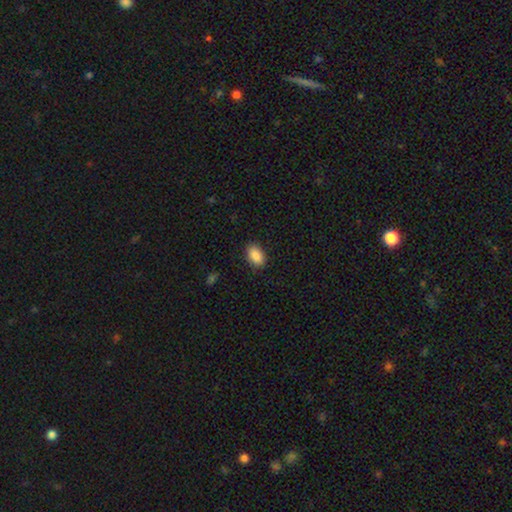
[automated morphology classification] A smooth galaxy with no disk features (89%) that is in between round and cigar-shaped (92%).

Vote fractions:
- Smooth or featured? smooth: 89% / star or artifact: 7% / featured or disk: 4%
- How rounded? in between: 92% / round: 7% / cigar-shaped: 2%
- Merging? none: 87% / minor disturbance: 9% / major disturbance: 2% / merger: 1%